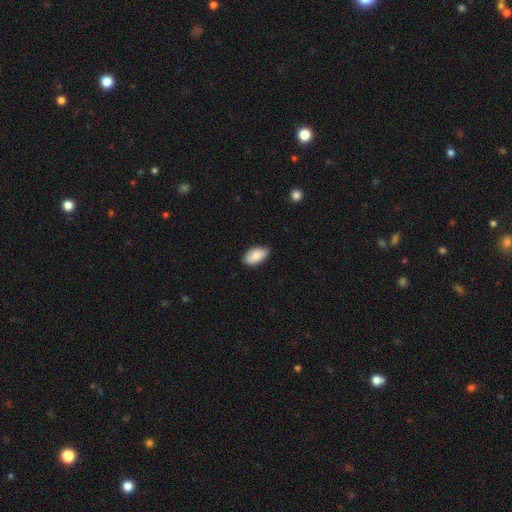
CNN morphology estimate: The model was most divided on "merging": none: 80%, minor disturbance: 17%, major disturbance: 2%, merger: 1%. More confident: how rounded — in between (94%); smooth or featured — smooth (82%).